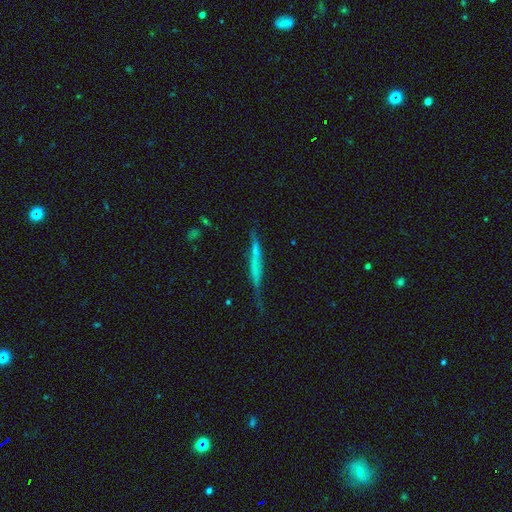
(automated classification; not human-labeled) A featured or disk galaxy (51%) viewed edge-on (85%). Merging: none (54%).